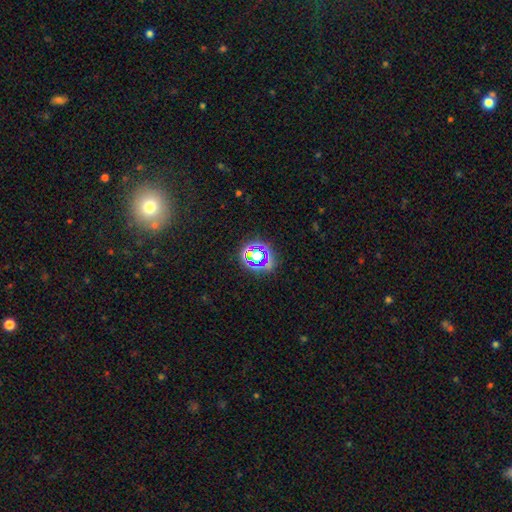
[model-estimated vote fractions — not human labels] Q: Smooth or featured?
A: star or artifact (53%); runner-up: smooth (33%)